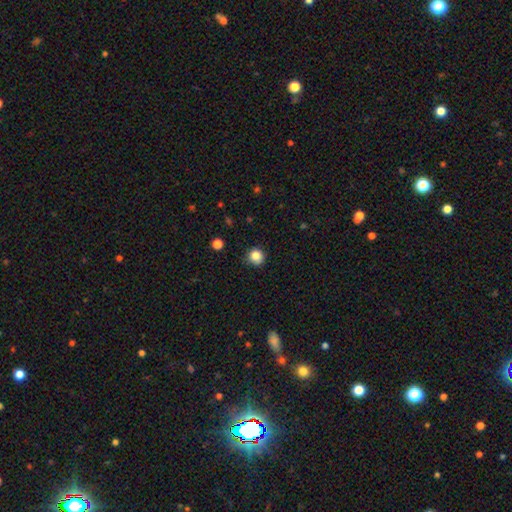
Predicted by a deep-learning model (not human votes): The model was most divided on "smooth or featured": smooth: 85%, star or artifact: 11%, featured or disk: 4%. More confident: how rounded — round (92%); merging — none (85%).